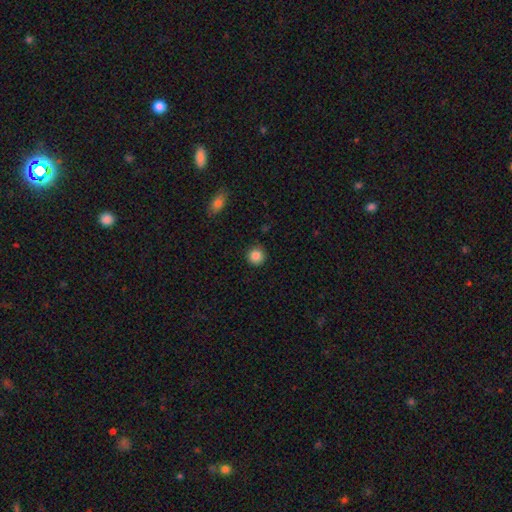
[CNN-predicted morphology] smooth 87%, star or artifact 10%, featured or disk 3%. Down the decision tree: how rounded — round (94%); merging — none (89%).